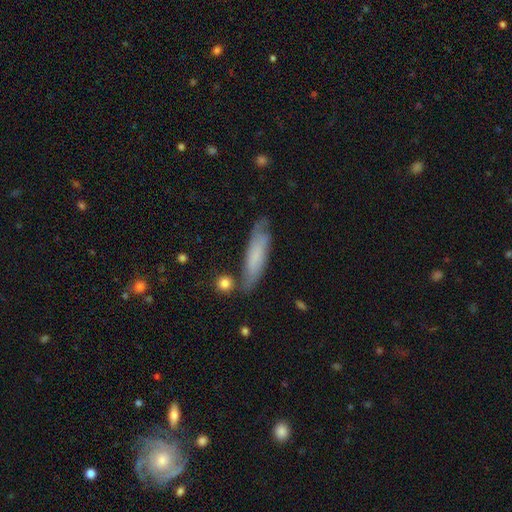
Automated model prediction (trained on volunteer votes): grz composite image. It shows a smooth galaxy with no disk features (61%) that is cigar-shaped (68%). Merging: none (67%).